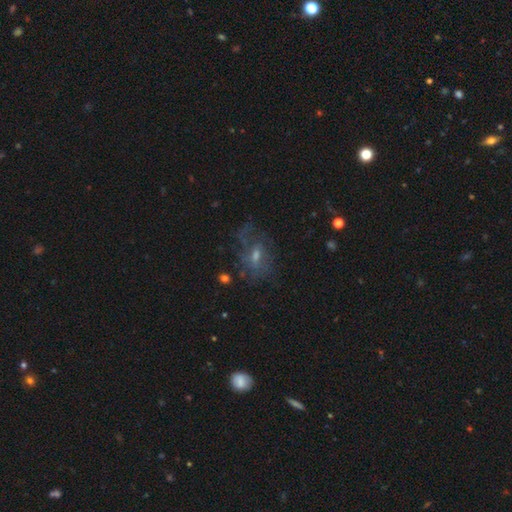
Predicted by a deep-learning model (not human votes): Smooth or featured? featured or disk (51%)
Edge-on disk? no (93%)
Merging? none (56%)